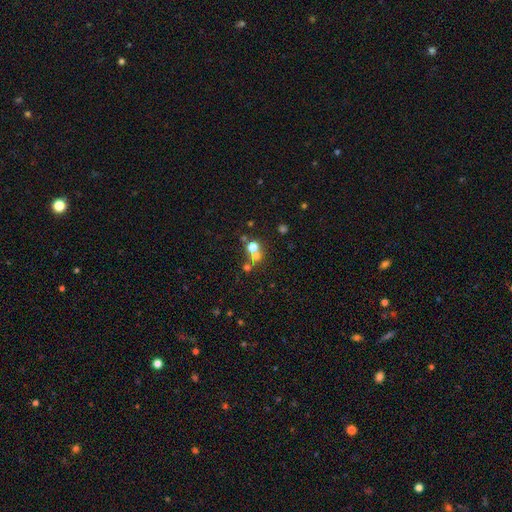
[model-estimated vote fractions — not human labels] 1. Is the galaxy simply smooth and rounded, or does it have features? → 62% smooth, 22% star or artifact, 16% featured or disk.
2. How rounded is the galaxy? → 87% round, 12% in between, 1% cigar-shaped.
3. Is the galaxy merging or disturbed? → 46% merger, 44% none, 6% minor disturbance, 4% major disturbance.